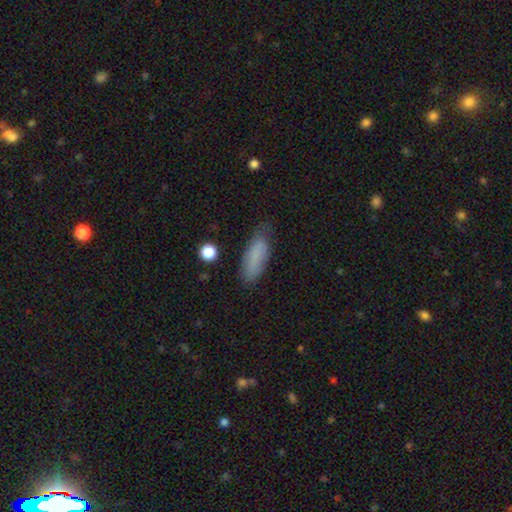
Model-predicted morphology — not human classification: smooth-or-featured: smooth: 82% | featured or disk: 11% | star or artifact: 8%
  how-rounded: in between: 62% | cigar-shaped: 36% | round: 2%
  merging: none: 68% | minor disturbance: 24% | major disturbance: 6% | merger: 2%